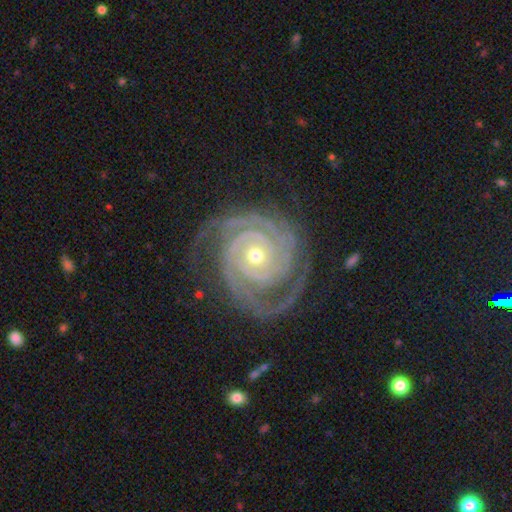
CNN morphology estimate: This is clearly a featured or disk galaxy (92%). It is clearly not viewed edge-on (97%). Bar: likely no (75%). Spiral arm pattern: clearly yes (99%). Spiral arm count: marginally 2 (36%). Spiral winding: clearly tight (84%). Central bulge: possibly small (50%). Merging: likely none (76%).